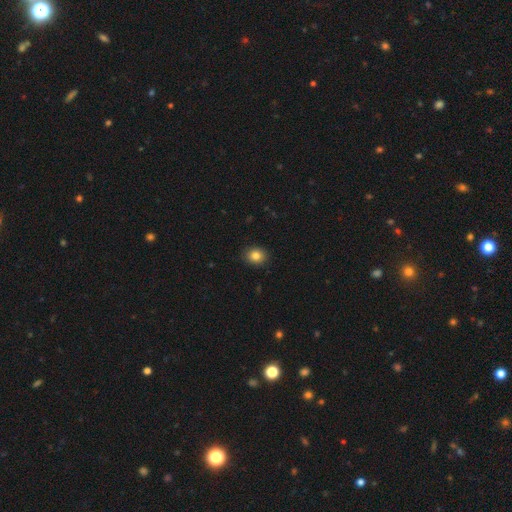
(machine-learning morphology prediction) The model was most divided on "how rounded": round: 67%, in between: 32%, cigar-shaped: 1%. More confident: merging — none (90%); smooth or featured — smooth (84%).